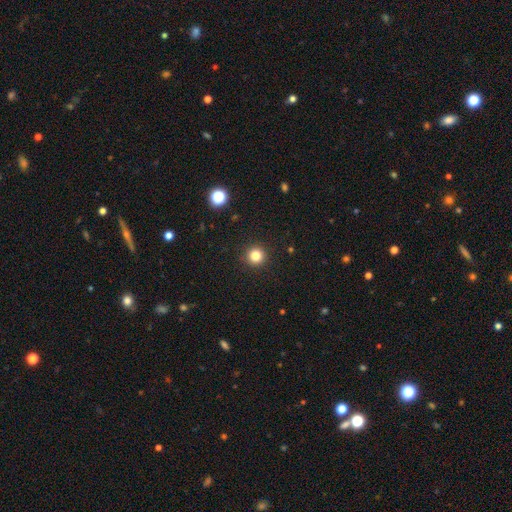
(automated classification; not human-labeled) The model was most divided on "smooth or featured": smooth: 82%, star or artifact: 13%, featured or disk: 5%. More confident: how rounded — round (95%); merging — none (92%).